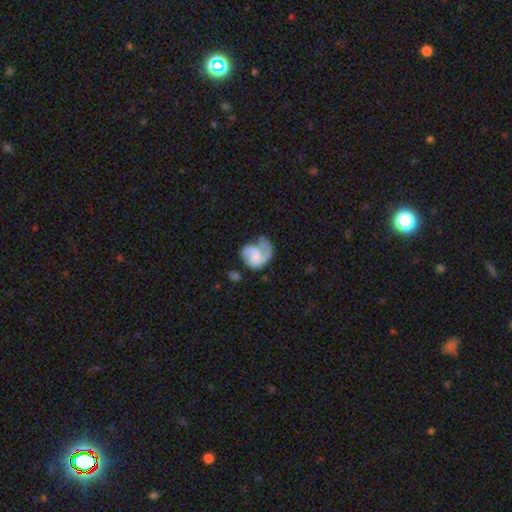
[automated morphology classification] smooth-or-featured: featured or disk: 66% | smooth: 27% | star or artifact: 7%
  disk-edge-on: no: 98% | yes: 2%
    bar: no: 63% | weak: 30% | strong: 7%
    has-spiral-arms: yes: 86% | no: 14%
      spiral-winding: medium: 42% | loose: 32% | tight: 26%
      spiral-arm-count: 2: 42% | 1: 41% | can't tell: 9% | 3: 5% | 4: 1% | more than 4: 1%
    bulge-size: none: 49% | small: 23% | moderate: 17% | large: 8% | dominant: 2%
  merging: major disturbance: 36% | none: 34% | minor disturbance: 23% | merger: 7%